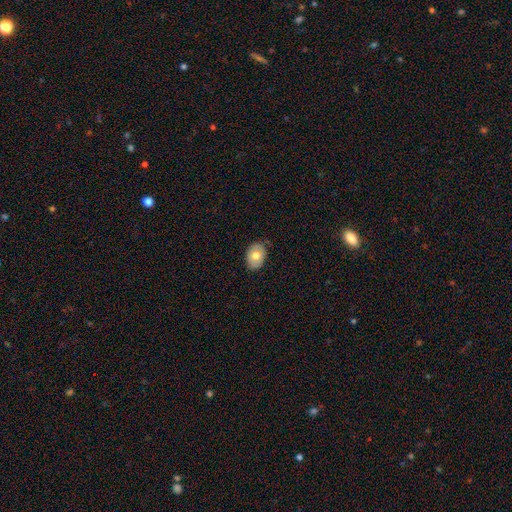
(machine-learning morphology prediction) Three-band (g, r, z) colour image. It shows a smooth galaxy with no disk features (69%) that is in between round and cigar-shaped (76%). Merging: none (81%).